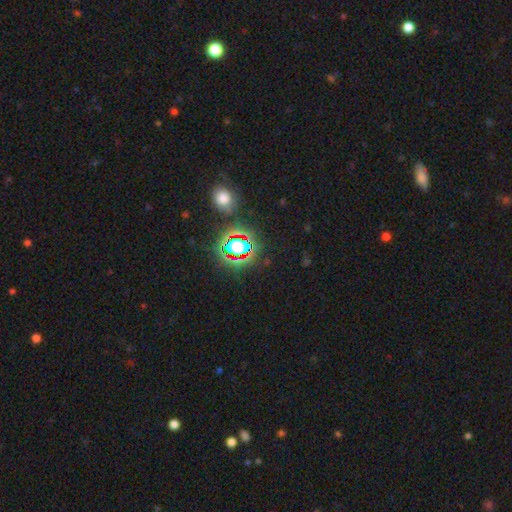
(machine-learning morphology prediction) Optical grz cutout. It shows a star or artifact, not a galaxy (78%).